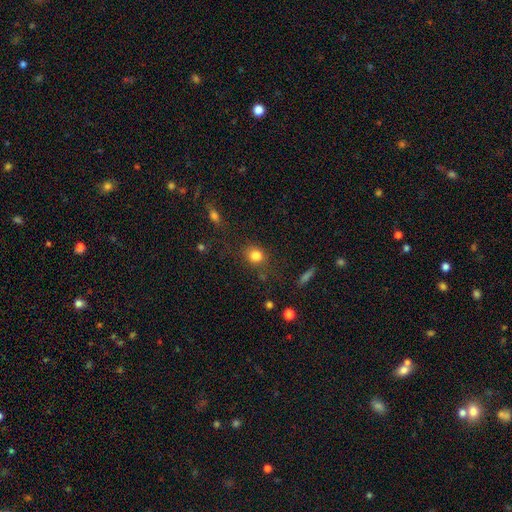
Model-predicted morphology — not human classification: This is clearly a smooth galaxy (83%). How rounded: likely round (70%). Merging: likely none (73%).